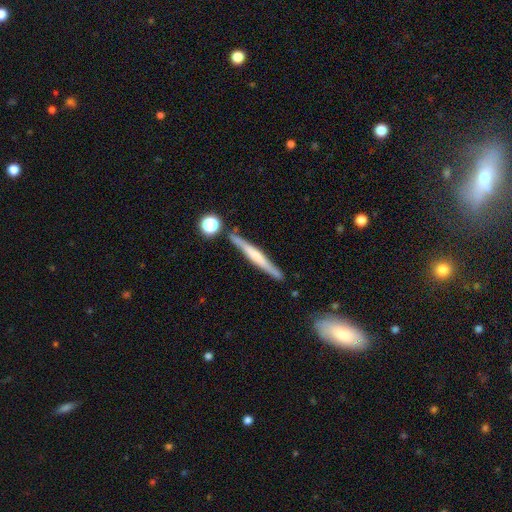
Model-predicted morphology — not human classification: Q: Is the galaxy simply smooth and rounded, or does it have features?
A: featured or disk — 57%.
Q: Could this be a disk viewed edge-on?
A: yes — 96%.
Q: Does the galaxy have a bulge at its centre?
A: rounded — 40%.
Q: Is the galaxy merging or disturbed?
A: none — 82%.